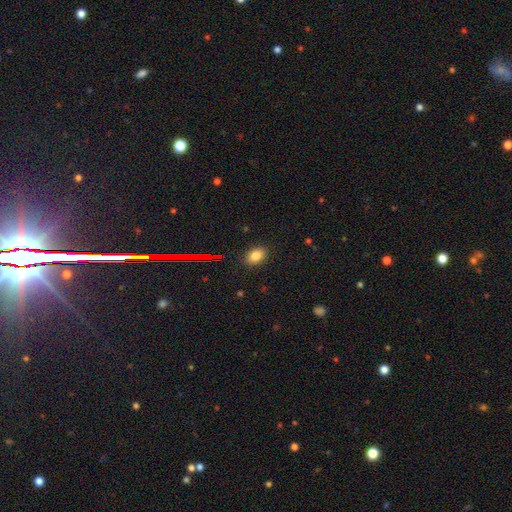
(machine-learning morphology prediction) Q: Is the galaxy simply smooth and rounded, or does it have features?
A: smooth — 81%.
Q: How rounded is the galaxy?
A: in between — 76%.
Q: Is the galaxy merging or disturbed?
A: none — 88%.